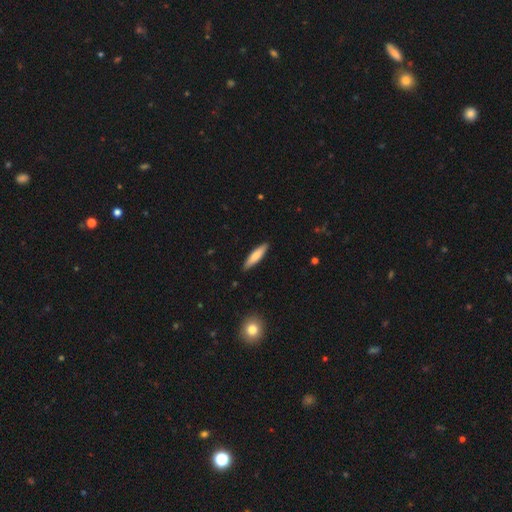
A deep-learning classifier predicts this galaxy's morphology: Smooth or featured: smooth — 74% (featured or disk — 21%)
How rounded: cigar-shaped — 78% (in between — 21%)
Merging: none — 89% (minor disturbance — 9%)